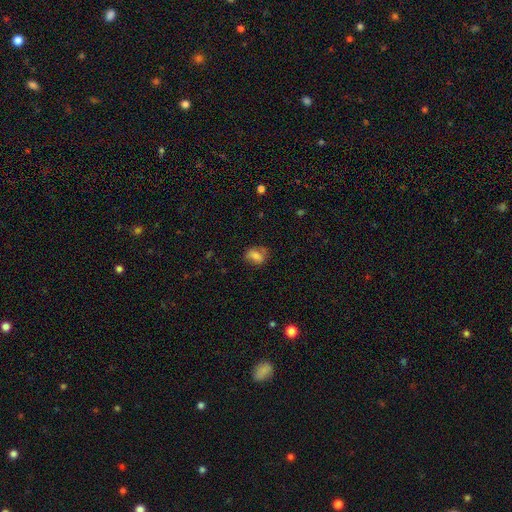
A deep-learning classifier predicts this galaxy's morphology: A smooth galaxy with no disk features (72%) that is in between round and cigar-shaped (71%). Merging: none (59%).